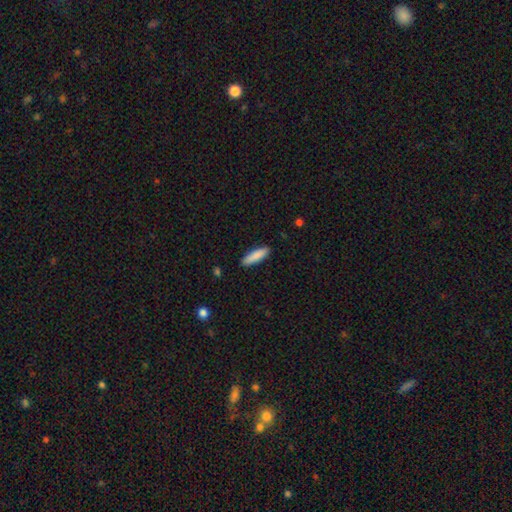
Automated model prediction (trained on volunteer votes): Smooth or featured?
  - smooth: 87% *
  - featured or disk: 7%
  - star or artifact: 6%
How rounded?
  - cigar-shaped: 68% *
  - in between: 31%
  - round: 1%
Merging?
  - none: 89% *
  - minor disturbance: 8%
  - major disturbance: 2%
  - merger: 1%